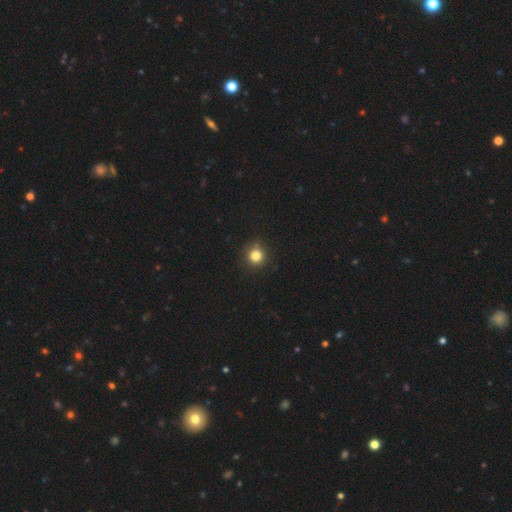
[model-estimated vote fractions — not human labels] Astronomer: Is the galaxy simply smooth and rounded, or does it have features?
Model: smooth — 82%.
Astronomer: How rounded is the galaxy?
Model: round — 92%.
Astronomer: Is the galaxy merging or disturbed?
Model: none — 88%.